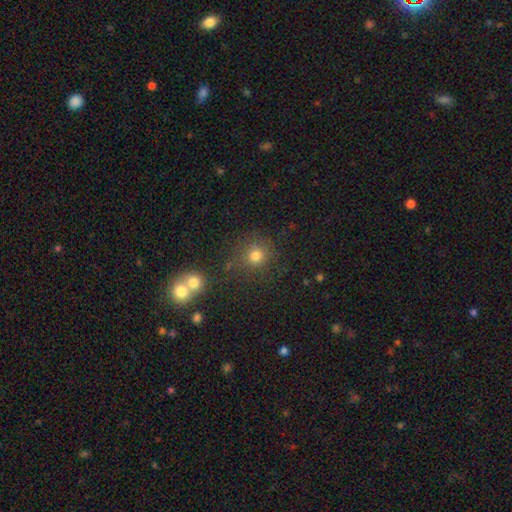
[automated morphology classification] A smooth galaxy with no disk features (74%) that is round (90%). Merging: none (76%).